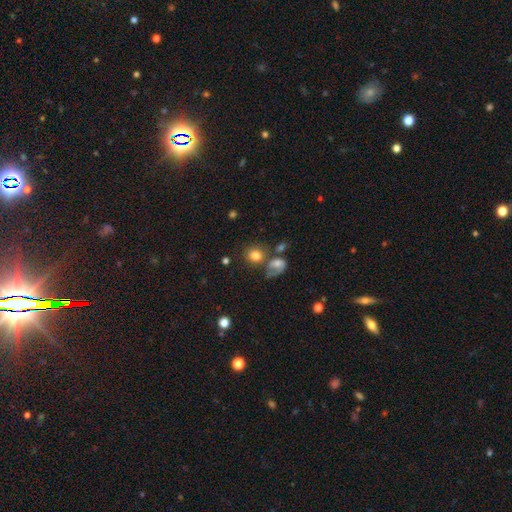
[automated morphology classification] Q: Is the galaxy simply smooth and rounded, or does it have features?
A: smooth — 78%.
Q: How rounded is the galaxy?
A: round — 72%.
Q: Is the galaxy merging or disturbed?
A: none — 53%.